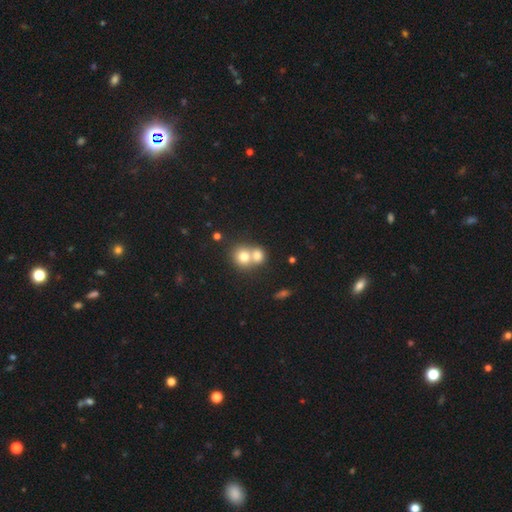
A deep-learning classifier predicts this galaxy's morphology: type=smooth (72%); roundness=round (77%); merging=merger (63%).